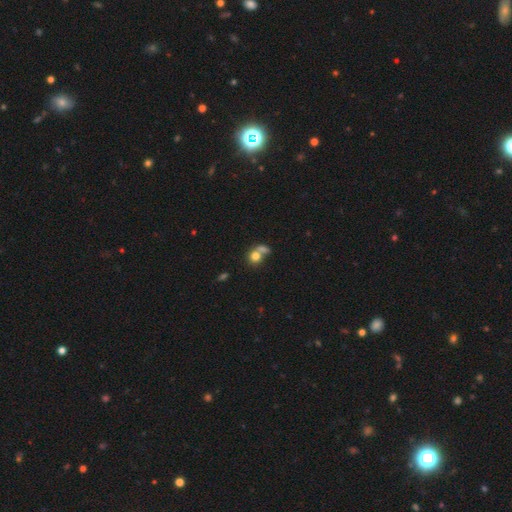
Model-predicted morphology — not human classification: smooth_or_featured: smooth (p=0.76) [alt: featured or disk p=0.14]
how_rounded: round (p=0.76) [alt: in between p=0.23]
merging: merger (p=0.50) [alt: none p=0.35]